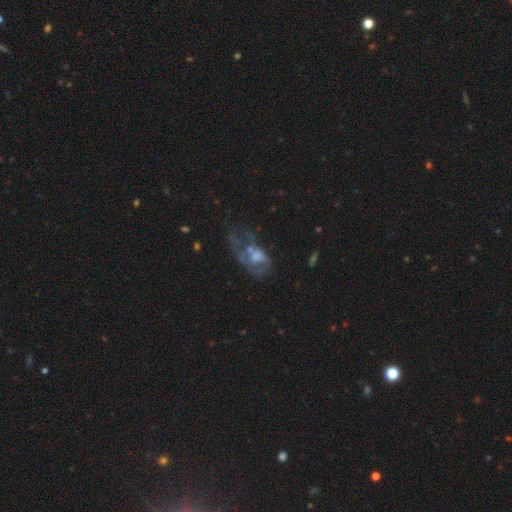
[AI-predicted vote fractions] Smooth or featured?
  - featured or disk: 55% *
  - smooth: 33%
  - star or artifact: 12%
Edge-on disk?
  - no: 96% *
  - yes: 4%
Bar?
  - no: 81% *
  - weak: 16%
  - strong: 3%
Spiral arms?
  - no: 76% *
  - yes: 24%
Bulge size?
  - moderate: 40% *
  - small: 26%
  - none: 22%
  - large: 10%
  - dominant: 2%
Merging?
  - major disturbance: 44% *
  - none: 21%
  - merger: 18%
  - minor disturbance: 17%